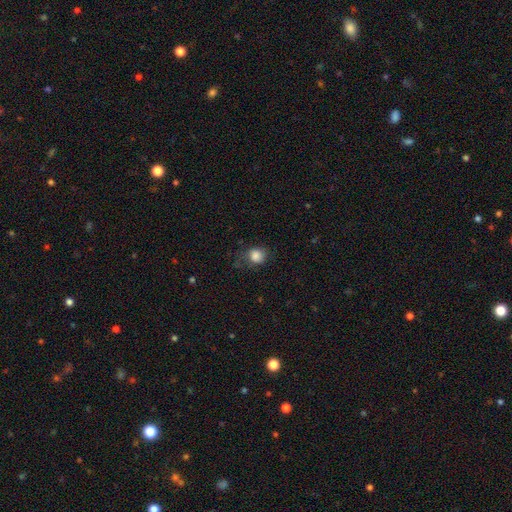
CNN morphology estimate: A smooth galaxy with no disk features (84%) that is round (74%). Merging: none (57%).